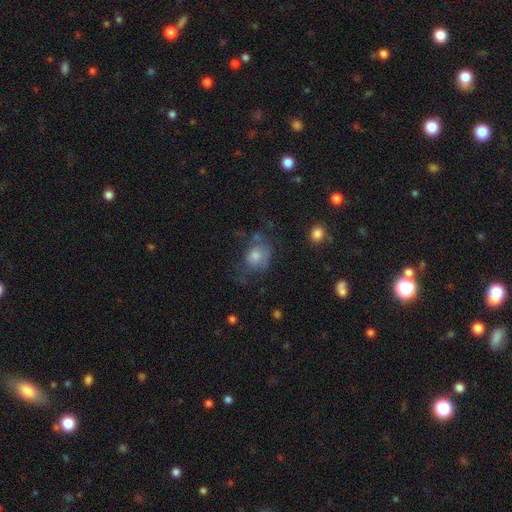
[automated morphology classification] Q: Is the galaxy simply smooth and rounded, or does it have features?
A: smooth — 60%.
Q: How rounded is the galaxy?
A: round — 49%, tied with in between.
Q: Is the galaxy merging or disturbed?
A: none — 46%.